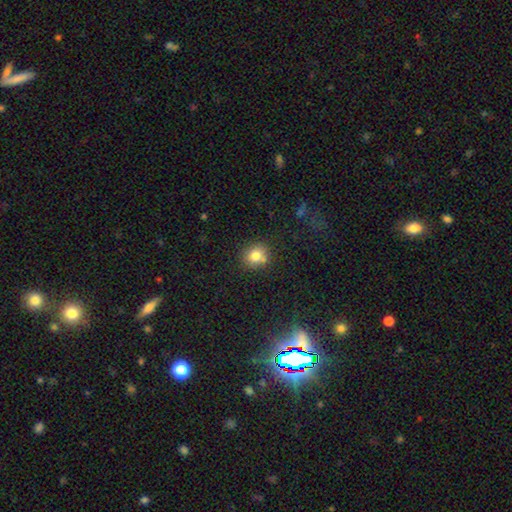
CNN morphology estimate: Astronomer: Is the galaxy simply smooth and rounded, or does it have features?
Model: smooth — 78%.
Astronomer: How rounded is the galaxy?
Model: round — 79%.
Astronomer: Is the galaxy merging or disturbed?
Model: none — 72%.